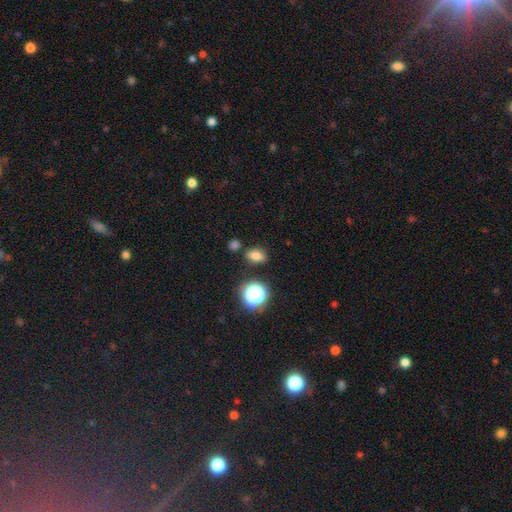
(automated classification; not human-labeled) smooth-or-featured: smooth: 76% | star or artifact: 17% | featured or disk: 6%
  how-rounded: in between: 77% | round: 21% | cigar-shaped: 3%
  merging: none: 80% | minor disturbance: 11% | merger: 5% | major disturbance: 3%